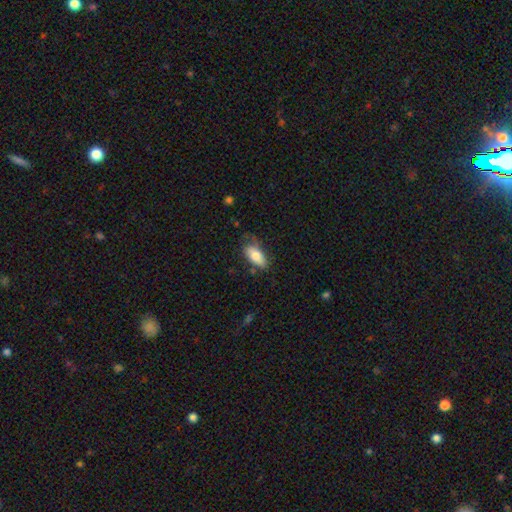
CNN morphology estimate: type=smooth (76%); roundness=in between (88%); merging=none (52%).